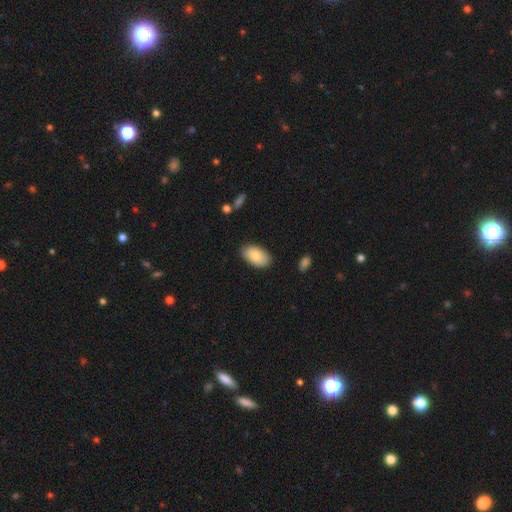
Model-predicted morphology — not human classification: A smooth galaxy with no disk features (81%) that is in between round and cigar-shaped (94%). Merging: none (84%).